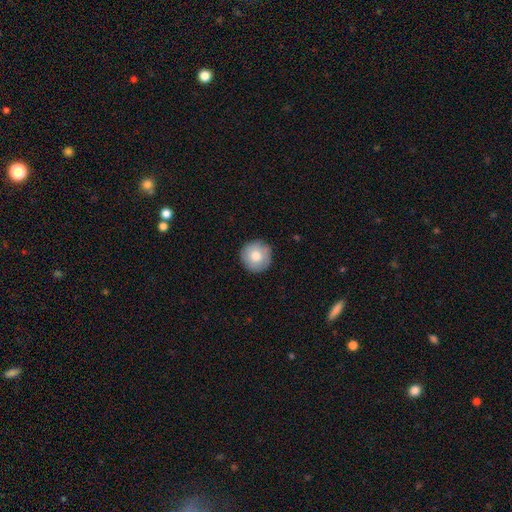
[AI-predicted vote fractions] Overall: smooth (78%). How rounded: round (95%). Merging: none (87%).